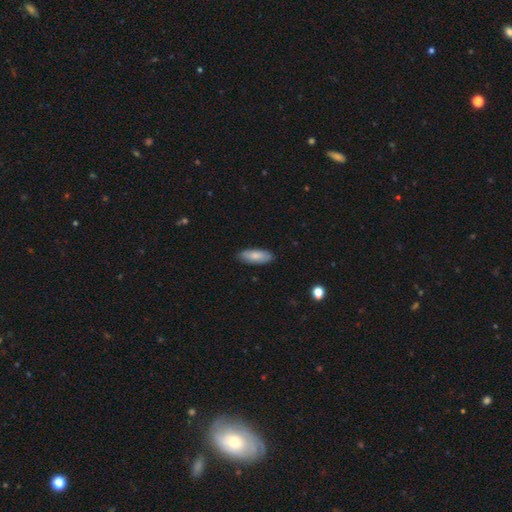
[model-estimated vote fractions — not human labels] A smooth galaxy with no disk features (81%) that is in between round and cigar-shaped (75%). Merging: none (86%).